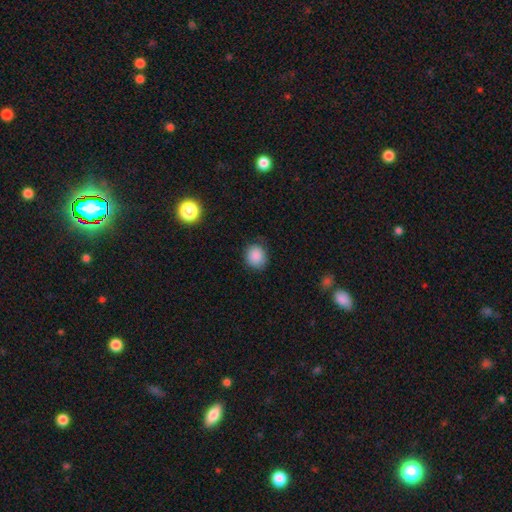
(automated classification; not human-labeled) Smooth or featured? smooth (87%)
How rounded? round (78%)
Merging? none (80%)